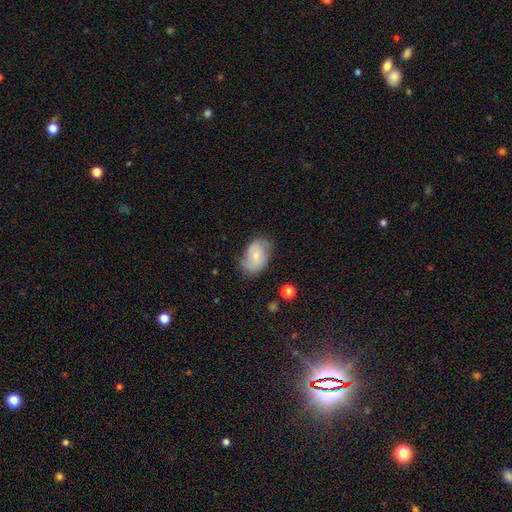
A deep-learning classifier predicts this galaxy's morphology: type=smooth (53%); roundness=in between (87%); merging=none (62%).